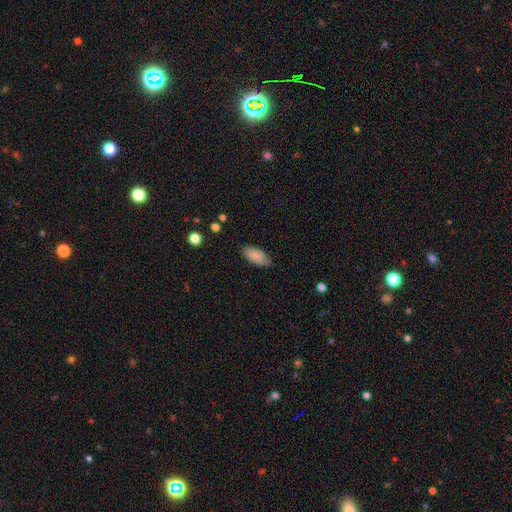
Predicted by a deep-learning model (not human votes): A smooth galaxy with no disk features (86%) that is in between round and cigar-shaped (92%). Merging: none (78%).